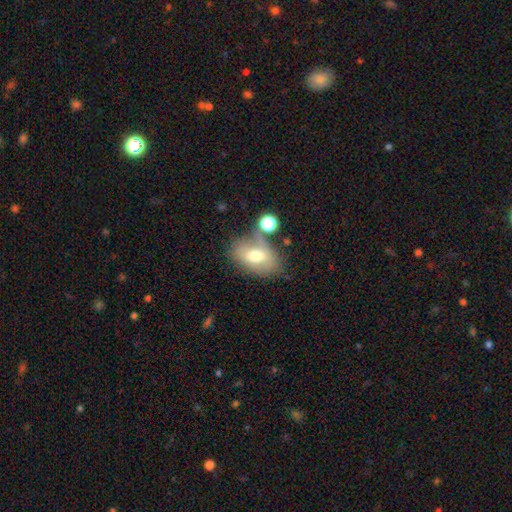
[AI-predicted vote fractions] Smooth or featured? Predicted: smooth (p=0.62). How rounded? Predicted: in between (p=0.84). Merging? Predicted: none (p=0.54).